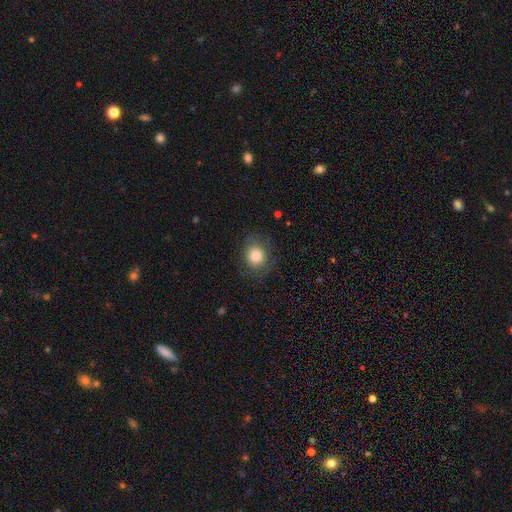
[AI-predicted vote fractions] smooth 81%, featured or disk 10%, star or artifact 9%. Down the decision tree: how rounded — round (72%); merging — none (79%).